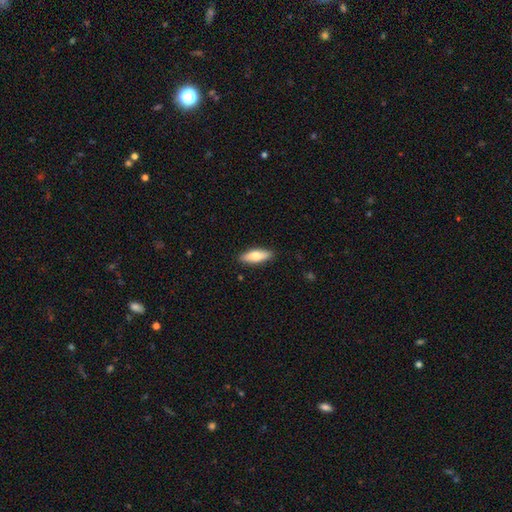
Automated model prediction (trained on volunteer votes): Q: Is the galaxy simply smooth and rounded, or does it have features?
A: smooth — 72%.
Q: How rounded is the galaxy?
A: in between — 62%.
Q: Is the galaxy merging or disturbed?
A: none — 89%.